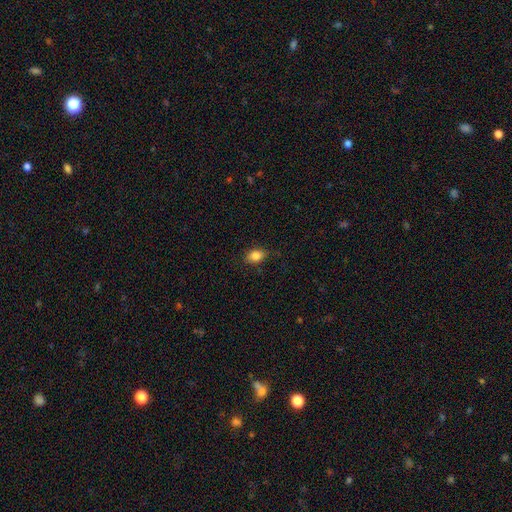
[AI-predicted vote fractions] The model was most divided on "how rounded": in between: 72%, round: 26%, cigar-shaped: 2%. More confident: smooth or featured — smooth (84%); merging — none (80%).